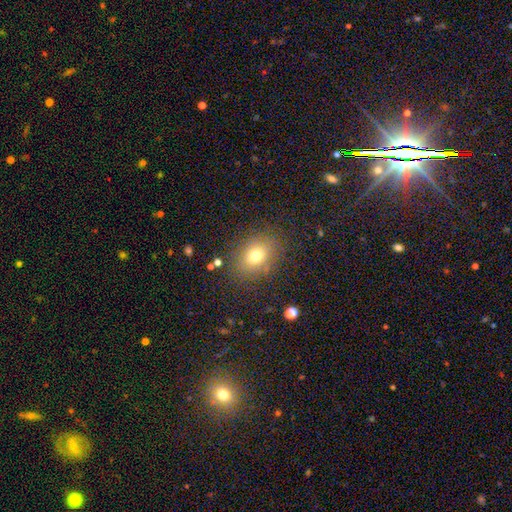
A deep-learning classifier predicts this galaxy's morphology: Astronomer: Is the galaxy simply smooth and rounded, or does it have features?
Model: smooth — 73%.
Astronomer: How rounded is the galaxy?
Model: in between — 55% (runner-up: round, 43%).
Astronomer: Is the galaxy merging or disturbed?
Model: none — 82%.